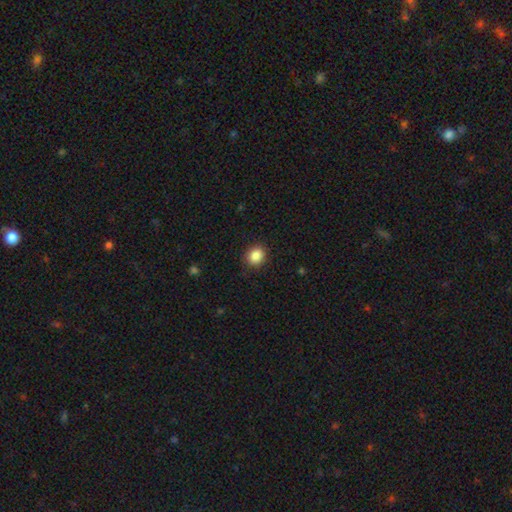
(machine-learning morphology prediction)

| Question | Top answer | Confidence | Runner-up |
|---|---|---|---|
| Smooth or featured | smooth | 87% | star or artifact (9%) |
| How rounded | round | 65% | in between (34%) |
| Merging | none | 87% | minor disturbance (9%) |